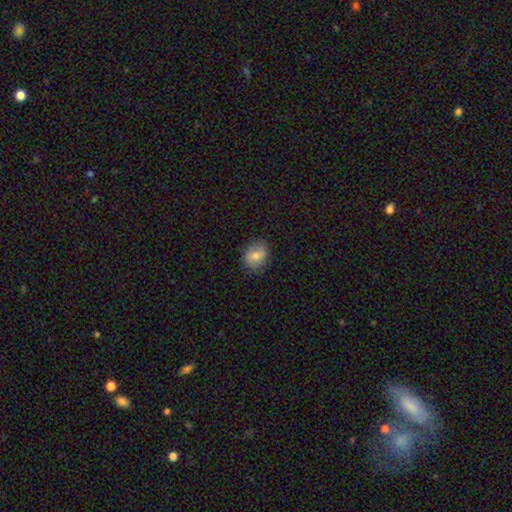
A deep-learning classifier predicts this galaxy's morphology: smooth-or-featured: smooth: 70% | featured or disk: 21% | star or artifact: 9%
  how-rounded: round: 51% | in between: 48% | cigar-shaped: 1%
  merging: none: 84% | minor disturbance: 12% | major disturbance: 3% | merger: 1%